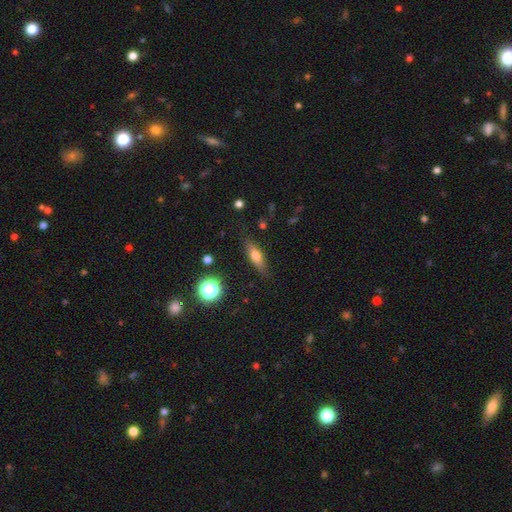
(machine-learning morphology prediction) Smooth or featured: smooth — 58% (featured or disk — 33%)
How rounded: cigar-shaped — 50% (in between — 45%)
Merging: none — 83% (minor disturbance — 12%)